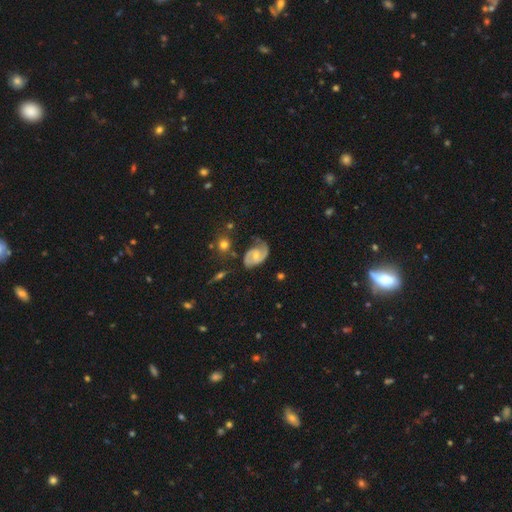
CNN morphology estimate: Smooth or featured? featured or disk (83%)
Edge-on disk? no (97%)
Bar? no (51%)
Spiral arms? yes (96%)
Spiral winding? medium (49%)
Spiral arm count? 2 (82%)
Bulge size? small (49%)
Merging? none (63%)